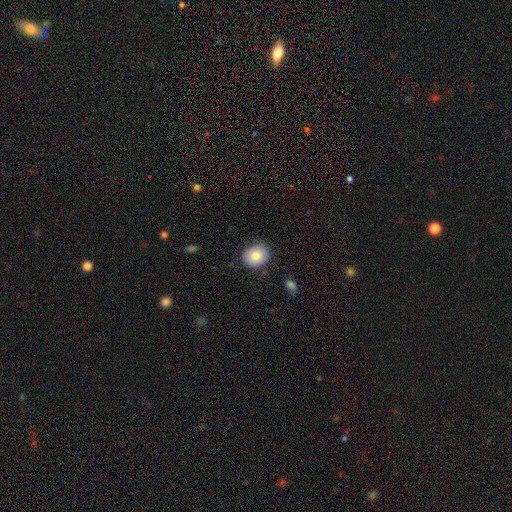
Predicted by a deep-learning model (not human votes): Smooth or featured? smooth (79%)
How rounded? round (71%)
Merging? none (84%)